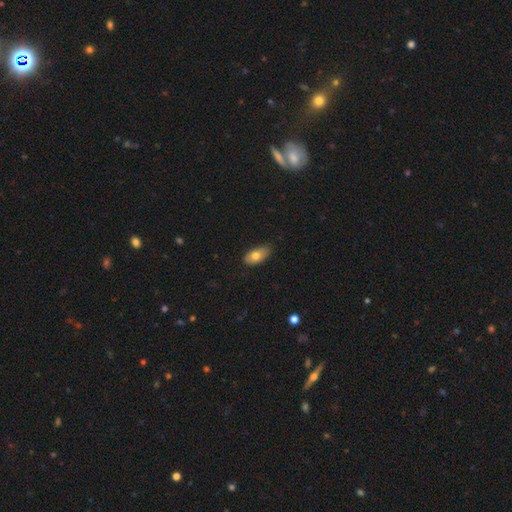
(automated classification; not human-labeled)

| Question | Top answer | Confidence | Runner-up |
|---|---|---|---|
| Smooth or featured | smooth | 73% | featured or disk (19%) |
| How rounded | in between | 90% | round (5%) |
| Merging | none | 73% | minor disturbance (23%) |